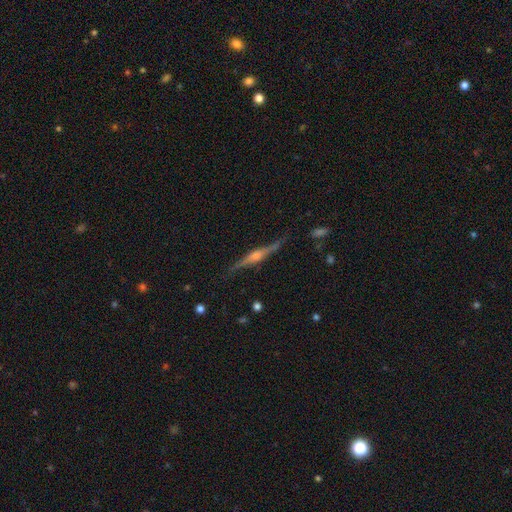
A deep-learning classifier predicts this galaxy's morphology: A featured or disk galaxy (81%) viewed edge-on (97%) with a rounded central bulge (82%).

Vote fractions:
- Smooth or featured? featured or disk: 81% / smooth: 12% / star or artifact: 7%
- Edge-on disk? yes: 97% / no: 3%
- Edge-on bulge? rounded: 82% / boxy: 12% / none: 5%
- Merging? none: 83% / minor disturbance: 13% / major disturbance: 3% / merger: 2%